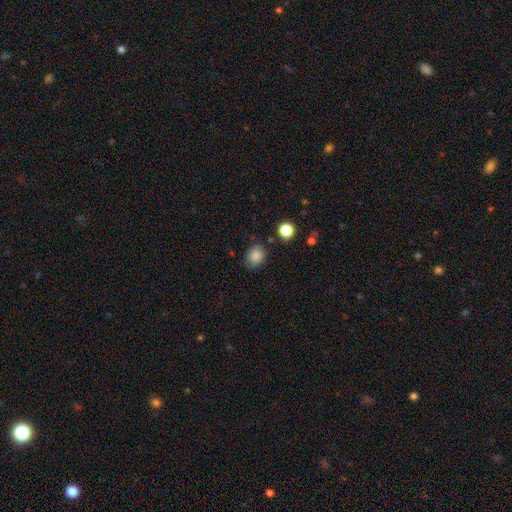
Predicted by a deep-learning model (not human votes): This is clearly a smooth galaxy (85%). How rounded: possibly round (60%). Merging: likely none (78%).